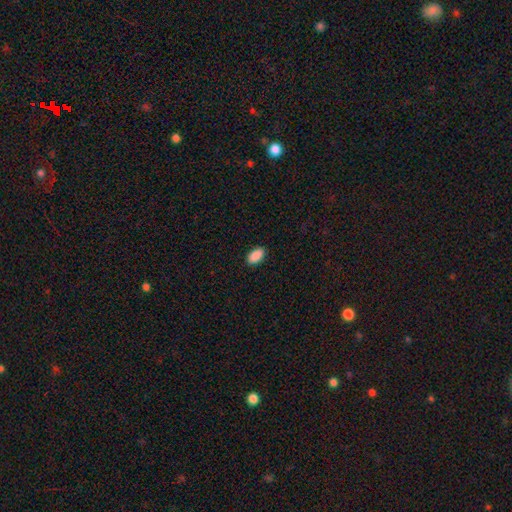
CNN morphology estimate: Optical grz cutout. It shows a smooth galaxy with no disk features (90%) that is in between round and cigar-shaped (94%). Merging: none (89%).